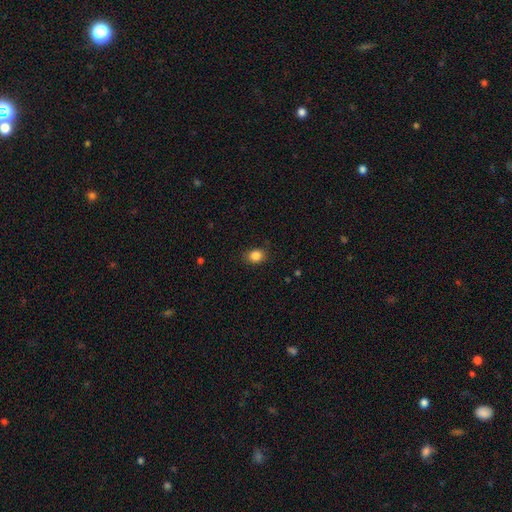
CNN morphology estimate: Q: Smooth or featured?
A: smooth (85%); runner-up: star or artifact (10%)
Q: How rounded?
A: round (53%); runner-up: in between (46%)
Q: Merging?
A: none (84%); runner-up: minor disturbance (12%)